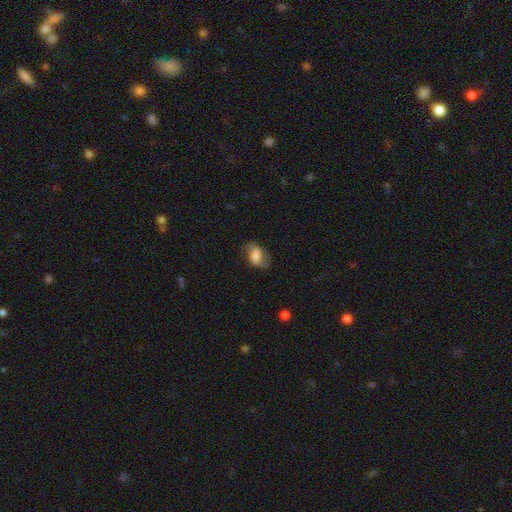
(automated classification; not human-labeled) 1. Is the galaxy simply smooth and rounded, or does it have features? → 46% smooth, 45% featured or disk, 9% star or artifact.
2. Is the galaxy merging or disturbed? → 67% none, 20% minor disturbance, 11% major disturbance, 1% merger.